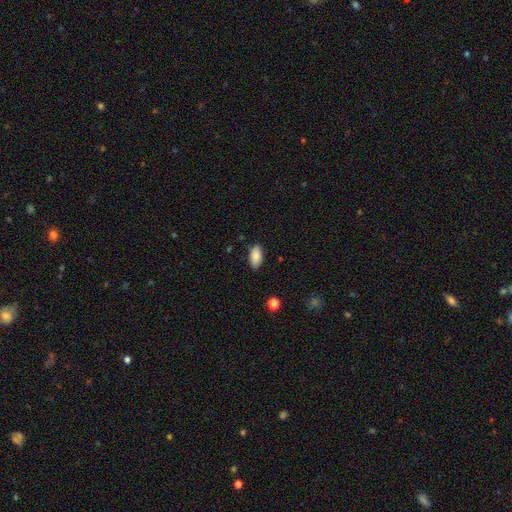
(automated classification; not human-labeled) Smooth or featured? smooth (86%)
How rounded? in between (93%)
Merging? none (85%)